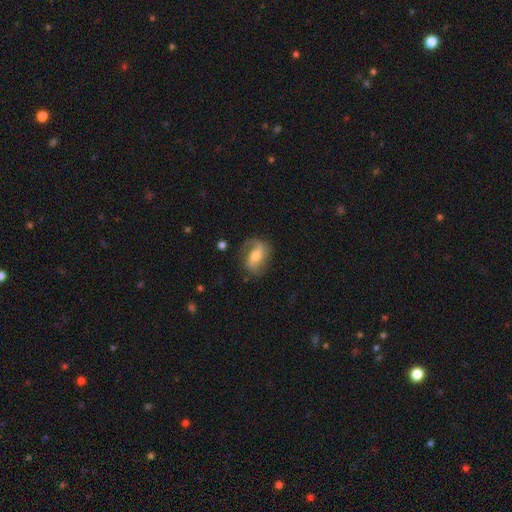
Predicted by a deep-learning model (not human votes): The model was most divided on "bar": weak: 39%, no: 33%, strong: 28%. More confident: edge-on disk — no (93%); spiral arms — yes (86%); spiral arm count — 2 (74%); merging — none (68%); smooth or featured — featured or disk (62%); bulge size — moderate (59%); spiral winding — loose (56%).